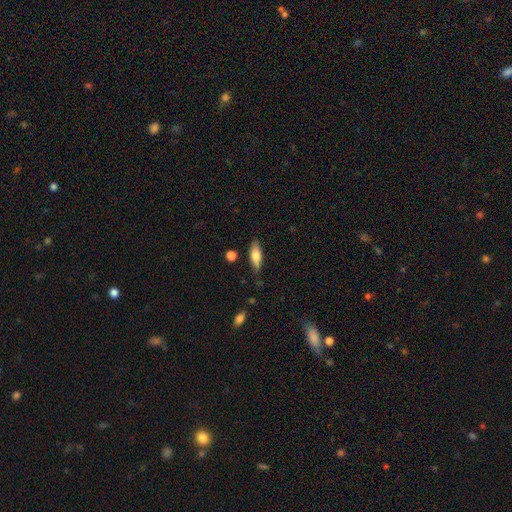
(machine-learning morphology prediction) Smooth or featured? smooth (72%)
How rounded? in between (60%)
Merging? none (80%)